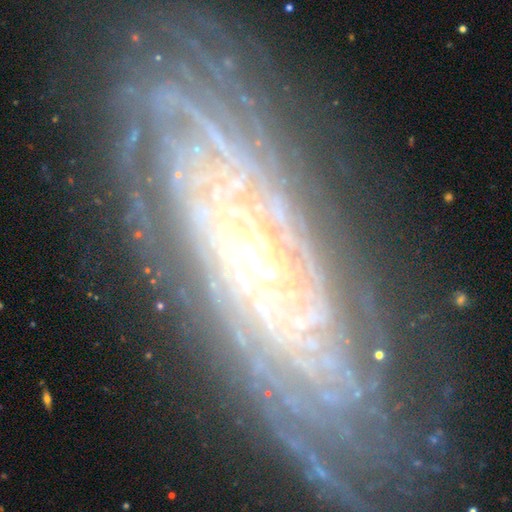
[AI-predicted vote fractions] This is clearly a featured or disk galaxy (85%). It is clearly not viewed edge-on (85%). Bar: likely no (62%). Spiral arm pattern: clearly yes (94%). Spiral arm count: marginally can't tell (43%). Spiral winding: likely tight (79%). Central bulge: possibly small (56%). Merging: likely none (74%).